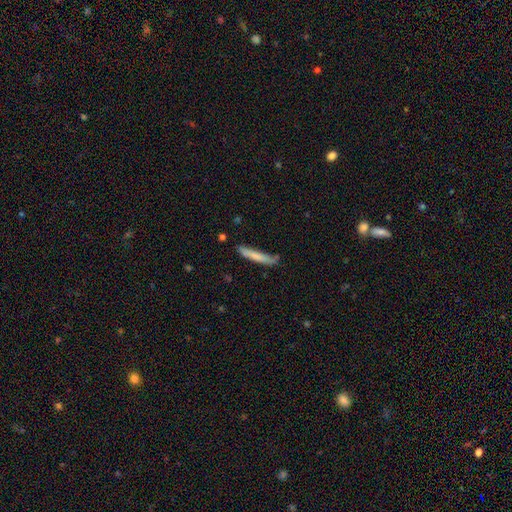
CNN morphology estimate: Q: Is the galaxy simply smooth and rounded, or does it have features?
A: smooth — 72%.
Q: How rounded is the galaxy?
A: cigar-shaped — 94%.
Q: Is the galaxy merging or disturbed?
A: none — 69%.